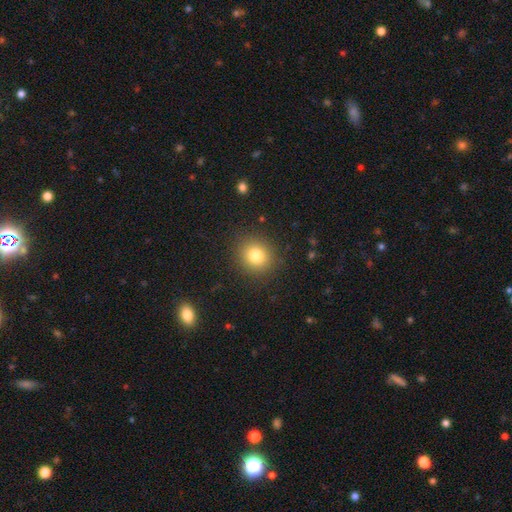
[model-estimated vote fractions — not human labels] Overall: smooth (80%). How rounded: round (86%). Merging: none (89%).